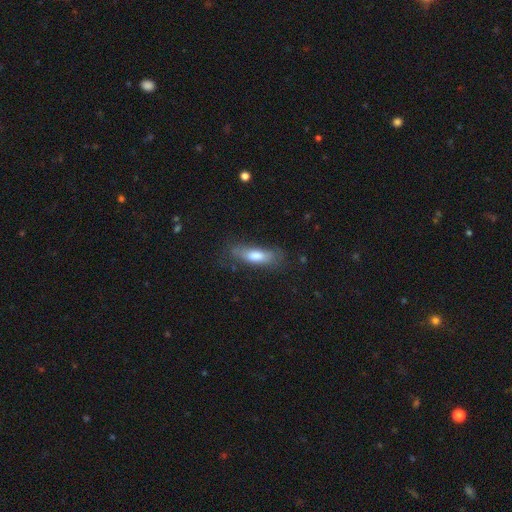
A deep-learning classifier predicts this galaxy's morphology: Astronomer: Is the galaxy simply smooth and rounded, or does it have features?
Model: smooth — 69%.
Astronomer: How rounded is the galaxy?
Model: in between — 53% (runner-up: cigar-shaped, 45%).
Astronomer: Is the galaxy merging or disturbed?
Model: none — 65%.